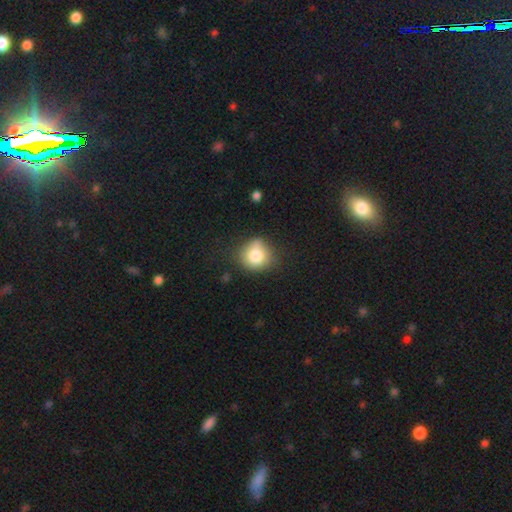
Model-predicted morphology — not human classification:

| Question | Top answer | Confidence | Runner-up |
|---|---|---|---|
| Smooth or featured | smooth | 80% | featured or disk (10%) |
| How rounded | round | 82% | in between (17%) |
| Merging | none | 67% | minor disturbance (23%) |